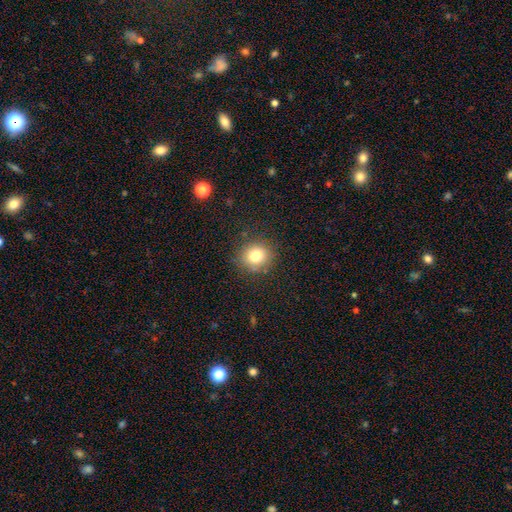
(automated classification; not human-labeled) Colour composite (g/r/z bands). It shows a smooth galaxy with no disk features (79%) that is round (77%). Merging: none (84%).